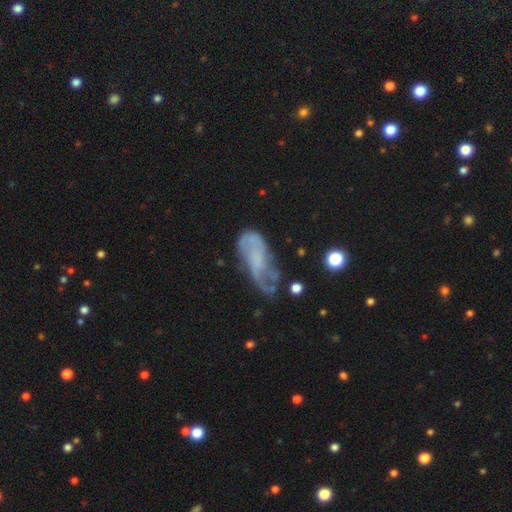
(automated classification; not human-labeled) Overall: featured or disk (64%; smooth 25%). Edge-on disk: no (93%). Bar: no (67%). Spiral arms: yes (77%). Bulge size: none (62%). Merging: none (42%; minor disturbance 28%).